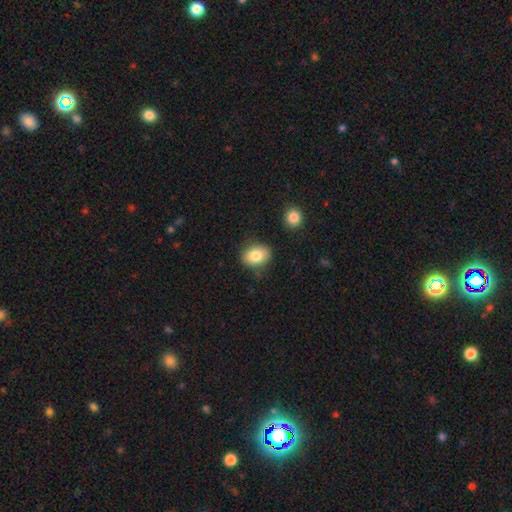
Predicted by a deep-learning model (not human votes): This appears to be a smooth galaxy with no disk features (82%) that is in between round and cigar-shaped (66%). Merging: none (81%).